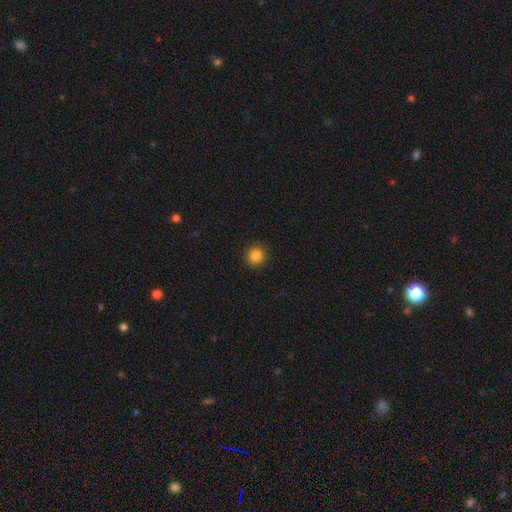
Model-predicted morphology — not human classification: Smooth or featured: smooth — 86% (star or artifact — 11%)
How rounded: round — 92% (in between — 7%)
Merging: none — 92% (minor disturbance — 5%)